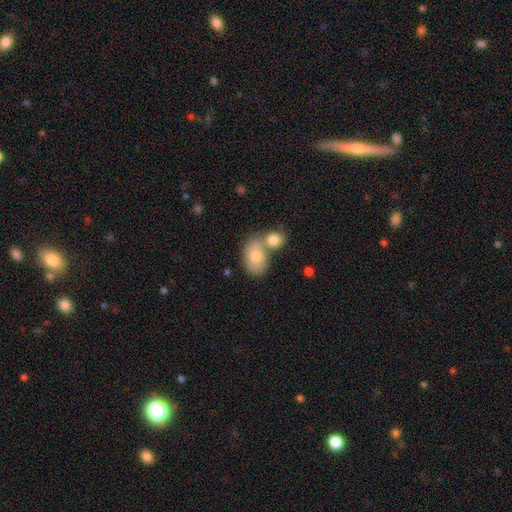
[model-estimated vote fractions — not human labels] A smooth galaxy with no disk features (77%) that is in between round and cigar-shaped (78%). Merging: merger (53%).